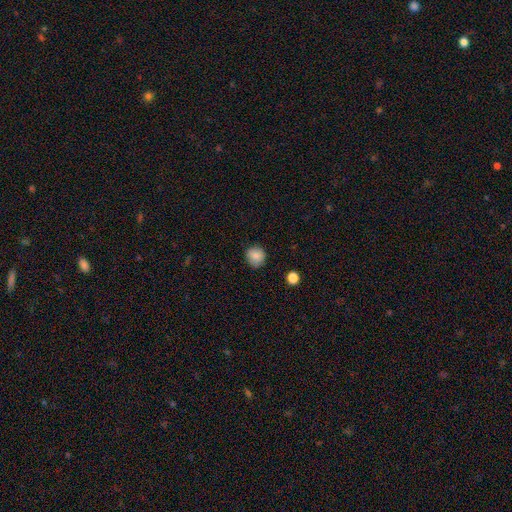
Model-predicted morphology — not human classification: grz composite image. It shows a smooth galaxy with no disk features (83%) that is round (88%). Merging: none (84%).